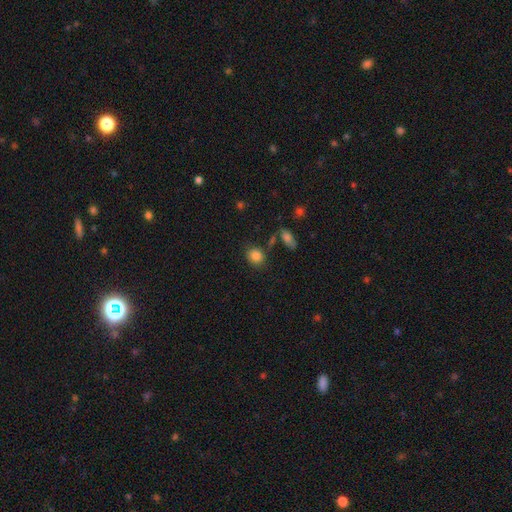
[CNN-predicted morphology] smooth_or_featured: smooth (p=0.85) [alt: star or artifact p=0.09]
how_rounded: round (p=0.61) [alt: in between p=0.38]
merging: none (p=0.76) [alt: minor disturbance p=0.14]